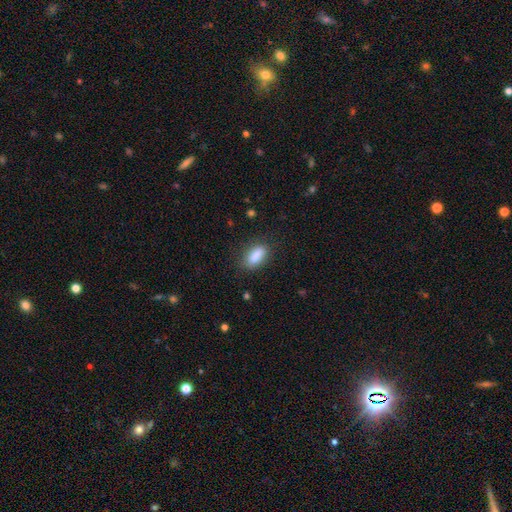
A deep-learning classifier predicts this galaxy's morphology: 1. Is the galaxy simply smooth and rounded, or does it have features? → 86% smooth, 8% star or artifact, 7% featured or disk.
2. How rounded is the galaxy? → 80% in between, 15% cigar-shaped, 5% round.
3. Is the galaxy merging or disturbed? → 80% none, 14% minor disturbance, 4% major disturbance, 2% merger.